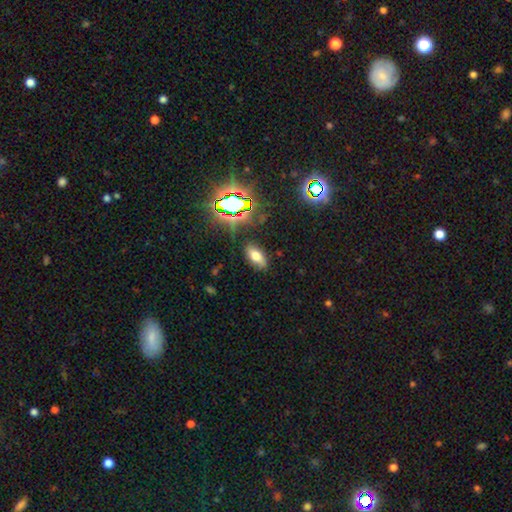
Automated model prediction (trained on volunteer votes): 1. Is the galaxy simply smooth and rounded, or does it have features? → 64% smooth, 22% star or artifact, 14% featured or disk.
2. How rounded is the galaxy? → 88% in between, 7% cigar-shaped, 5% round.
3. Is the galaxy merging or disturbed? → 81% none, 13% minor disturbance, 4% major disturbance, 2% merger.